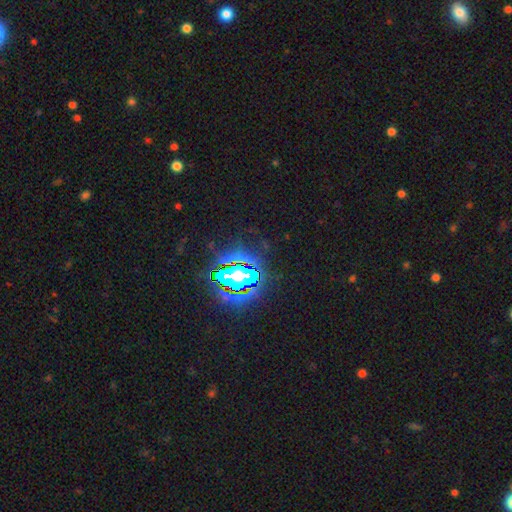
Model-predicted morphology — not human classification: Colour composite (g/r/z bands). It shows a star or artifact, not a galaxy (83%).